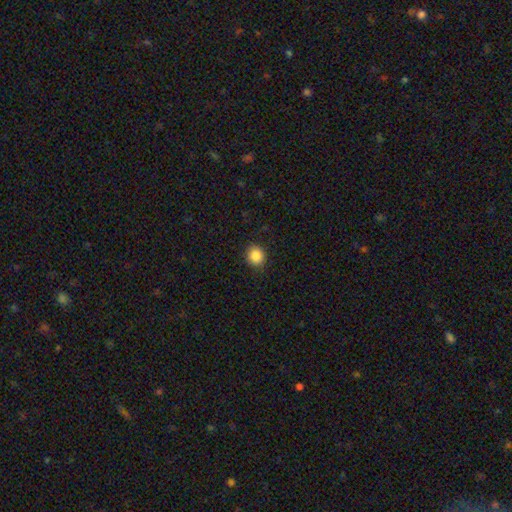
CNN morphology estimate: Smooth or featured? Predicted: smooth (p=0.87). How rounded? Predicted: round (p=0.84). Merging? Predicted: none (p=0.89).